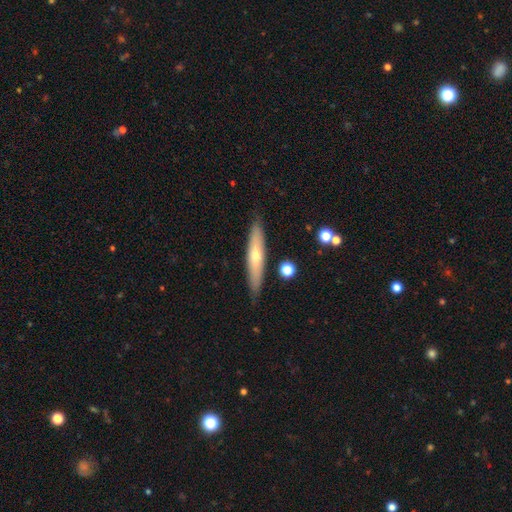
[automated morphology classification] smooth_or_featured: featured or disk (p=0.47) [tied with: smooth p=0.47]
merging: none (p=0.87) [alt: minor disturbance p=0.10]